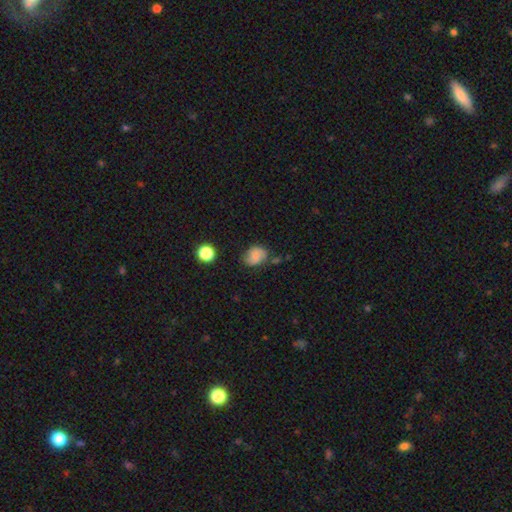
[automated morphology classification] Smooth or featured? Predicted: smooth (p=0.67). How rounded? Predicted: in between (p=0.57). Merging? Predicted: none (p=0.61).